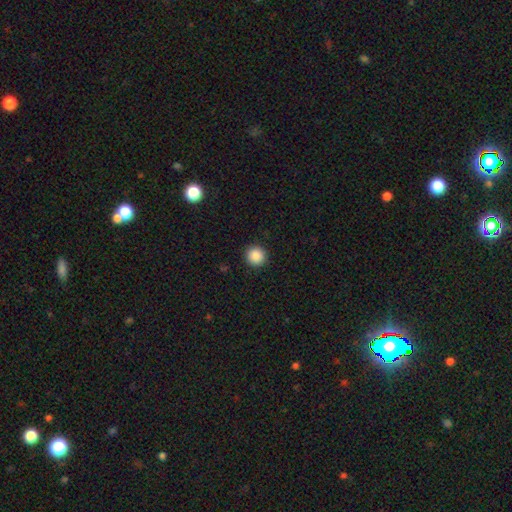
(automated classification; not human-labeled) Smooth or featured? smooth (88%)
How rounded? round (95%)
Merging? none (92%)